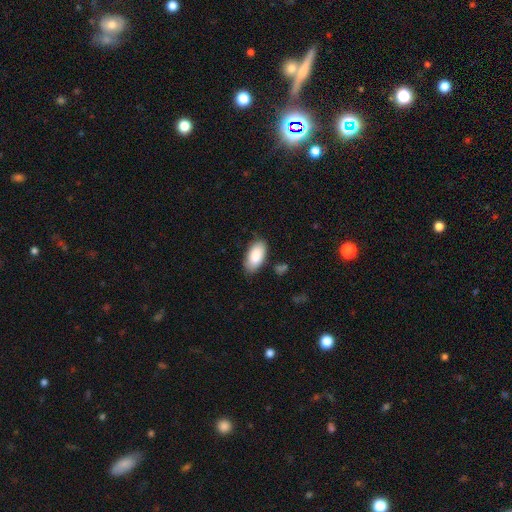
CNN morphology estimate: Overall: smooth (86%). How rounded: in between (94%). Merging: none (79%).